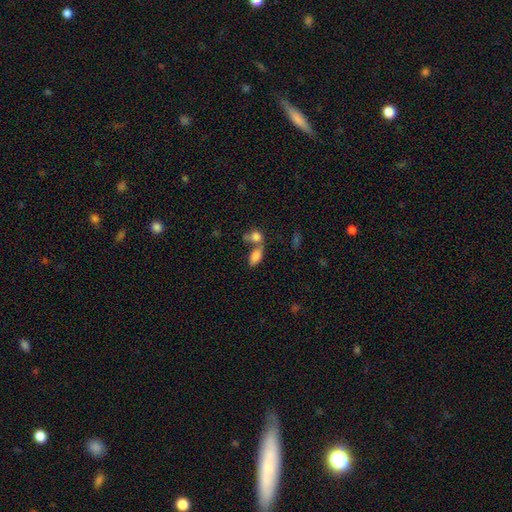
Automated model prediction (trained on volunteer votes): Smooth or featured? Predicted: smooth (p=0.82). How rounded? Predicted: in between (p=0.89). Merging? Predicted: merger (p=0.52).